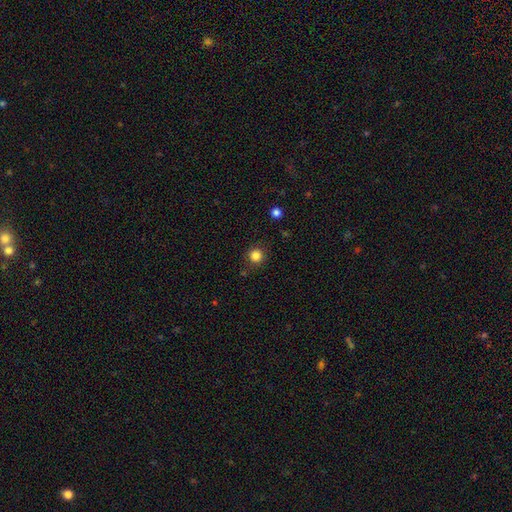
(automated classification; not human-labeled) smooth_or_featured: smooth (p=0.84) [alt: star or artifact p=0.12]
how_rounded: round (p=0.94) [alt: in between p=0.05]
merging: none (p=0.87) [alt: minor disturbance p=0.08]